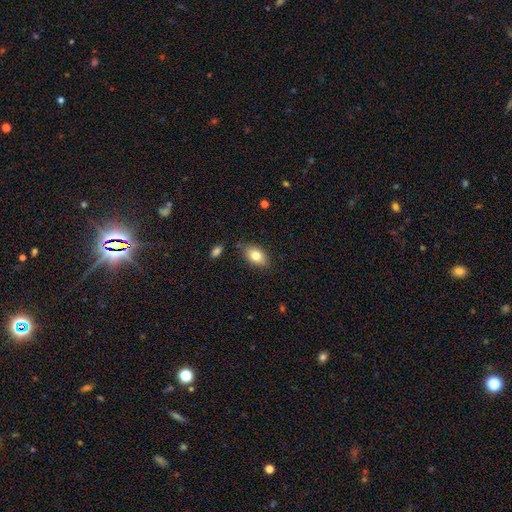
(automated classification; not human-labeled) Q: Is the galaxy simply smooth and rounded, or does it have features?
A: smooth — 79%.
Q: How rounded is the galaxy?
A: in between — 89%.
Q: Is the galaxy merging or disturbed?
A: none — 81%.